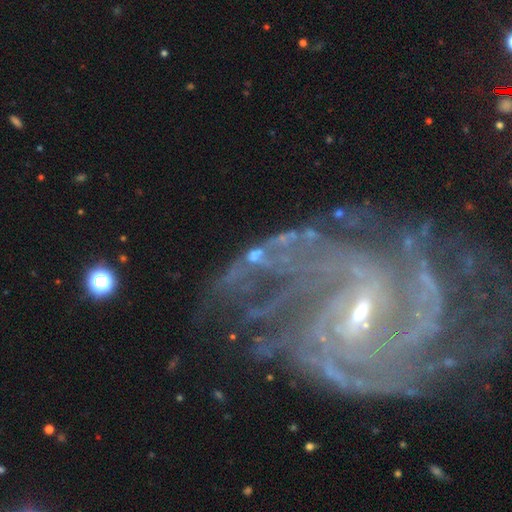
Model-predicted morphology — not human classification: A featured or disk galaxy (62%) with no bar (53%), spiral arms (76%) and a small central bulge (47%). Merging: none (53%).